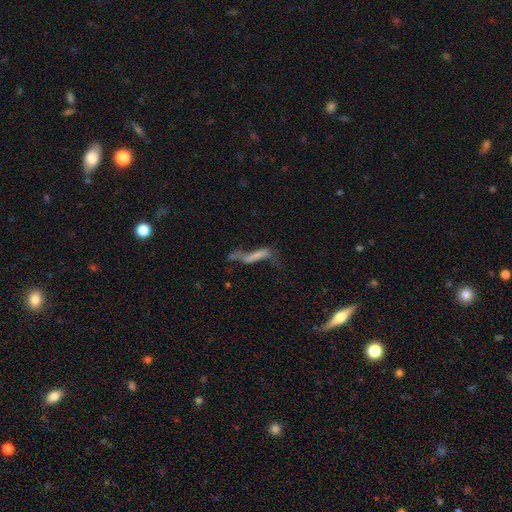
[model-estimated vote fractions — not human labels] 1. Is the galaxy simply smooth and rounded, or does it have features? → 48% smooth, 37% featured or disk, 14% star or artifact.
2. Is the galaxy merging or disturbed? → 35% major disturbance, 25% none, 24% merger, 16% minor disturbance.